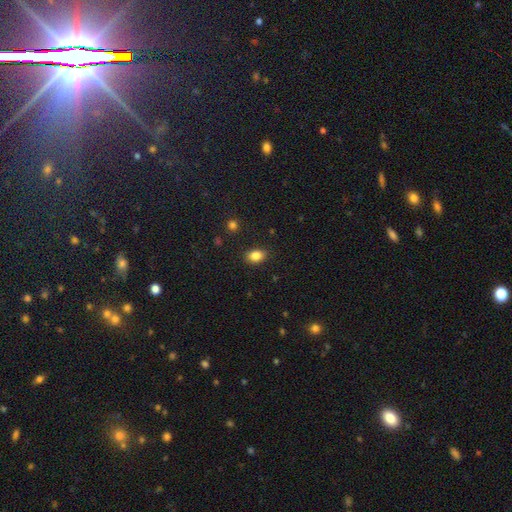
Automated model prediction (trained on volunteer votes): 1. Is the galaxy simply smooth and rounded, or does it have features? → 85% smooth, 9% star or artifact, 5% featured or disk.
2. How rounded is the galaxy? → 77% in between, 21% round, 1% cigar-shaped.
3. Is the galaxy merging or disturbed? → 86% none, 10% minor disturbance, 3% major disturbance, 1% merger.